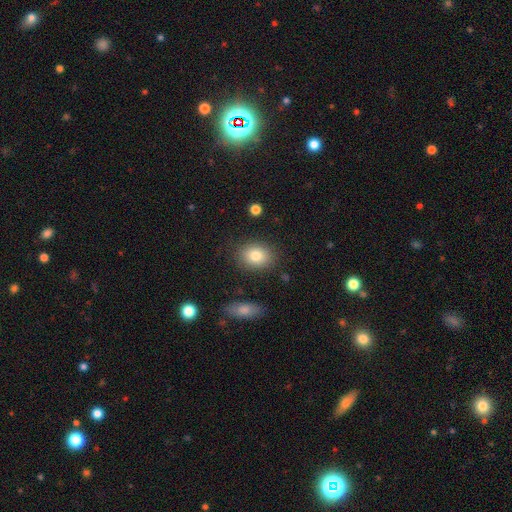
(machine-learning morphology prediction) Smooth or featured: smooth — 81% (featured or disk — 10%)
How rounded: in between — 60% (round — 39%)
Merging: none — 83% (minor disturbance — 11%)